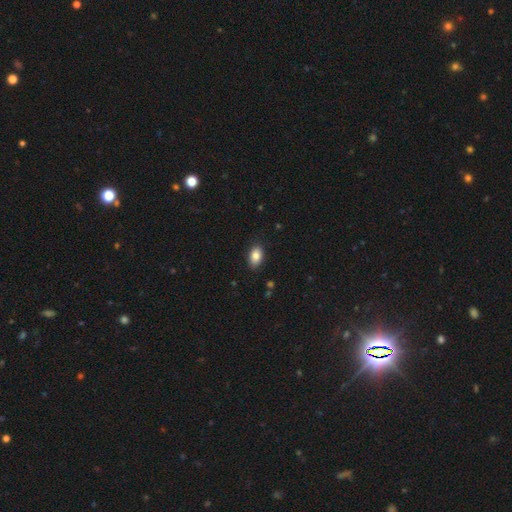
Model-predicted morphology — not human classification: smooth_or_featured: smooth (p=0.86) [alt: star or artifact p=0.08]
how_rounded: in between (p=0.90) [alt: round p=0.08]
merging: none (p=0.87) [alt: minor disturbance p=0.10]